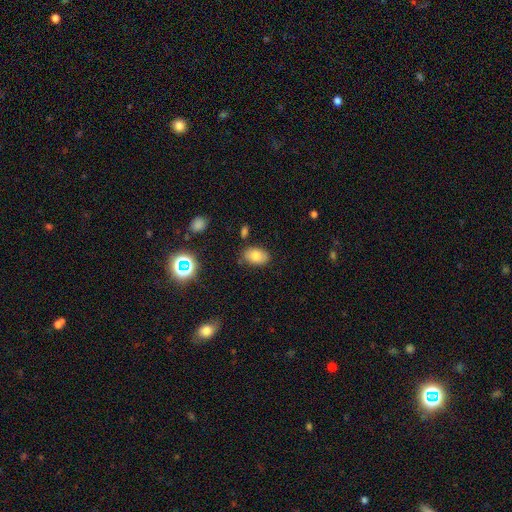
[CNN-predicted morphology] Smooth or featured?
  - smooth: 79% *
  - featured or disk: 11%
  - star or artifact: 11%
How rounded?
  - in between: 88% *
  - round: 11%
  - cigar-shaped: 1%
Merging?
  - none: 79% *
  - minor disturbance: 14%
  - merger: 4%
  - major disturbance: 3%